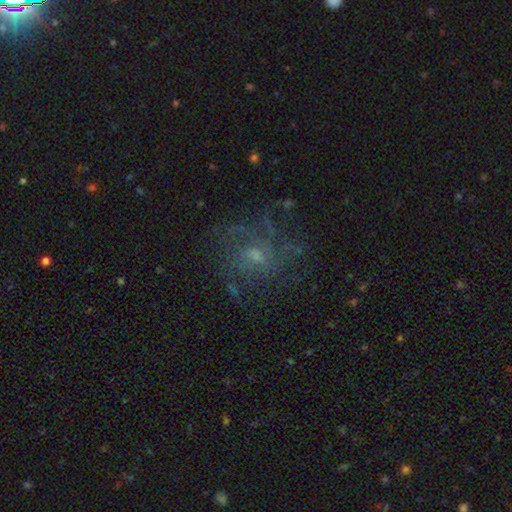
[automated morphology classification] A featured or disk galaxy (61%) with no bar (57%), spiral arms (70%) and a small central bulge (49%).

Vote fractions:
- Smooth or featured? featured or disk: 61% / smooth: 23% / star or artifact: 16%
- Edge-on disk? no: 97% / yes: 3%
- Bar? no: 57% / weak: 38% / strong: 5%
- Spiral arms? yes: 70% / no: 30%
- Bulge size? small: 49% / moderate: 36% / none: 11% / large: 3% / dominant: 1%
- Merging? none: 58% / major disturbance: 21% / minor disturbance: 19% / merger: 2%